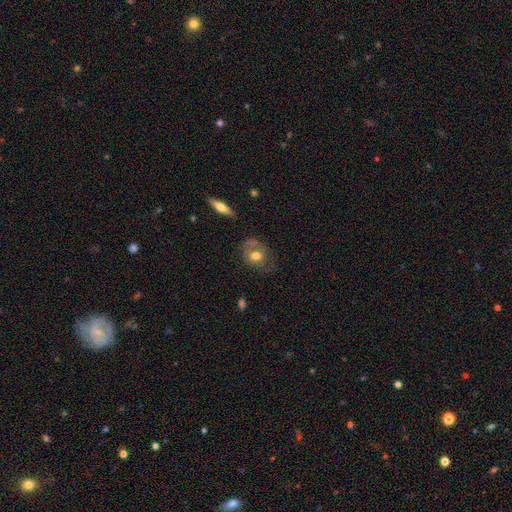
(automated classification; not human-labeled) Smooth or featured: smooth — 56% (featured or disk — 36%)
How rounded: round — 59% (in between — 40%)
Merging: none — 51% (minor disturbance — 25%)